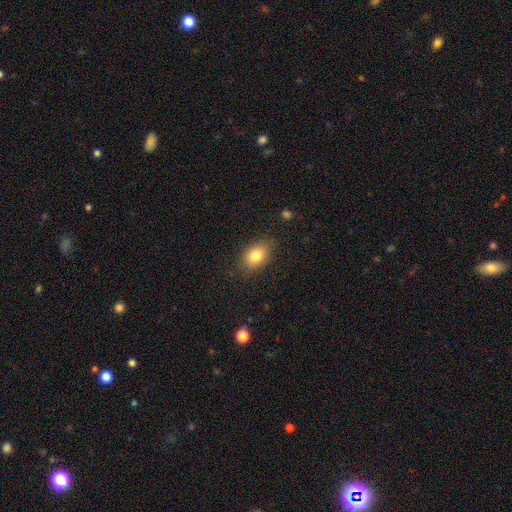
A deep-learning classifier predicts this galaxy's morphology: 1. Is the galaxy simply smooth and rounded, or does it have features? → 81% smooth, 10% featured or disk, 9% star or artifact.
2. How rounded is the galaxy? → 80% in between, 18% round, 2% cigar-shaped.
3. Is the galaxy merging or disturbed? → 82% none, 13% minor disturbance, 3% major disturbance, 1% merger.